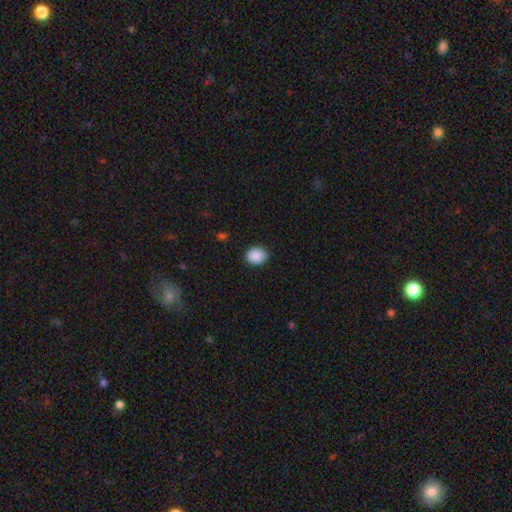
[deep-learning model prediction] Smooth or featured? Predicted: smooth (p=0.89). How rounded? Predicted: round (p=0.60). Merging? Predicted: none (p=0.88).